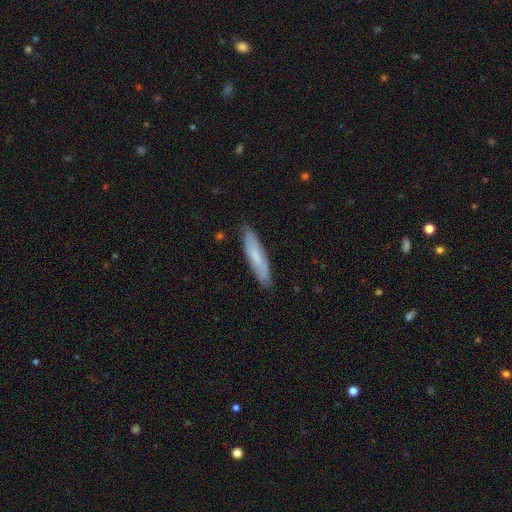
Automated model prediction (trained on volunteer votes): A smooth galaxy with no disk features (64%) that is cigar-shaped (83%).

Vote fractions:
- Smooth or featured? smooth: 64% / featured or disk: 29% / star or artifact: 7%
- How rounded? cigar-shaped: 83% / in between: 16% / round: 1%
- Merging? none: 87% / minor disturbance: 10% / major disturbance: 2% / merger: 1%